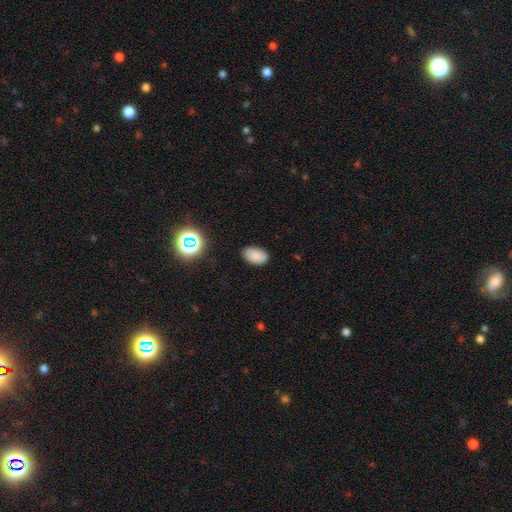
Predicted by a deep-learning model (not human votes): Smooth or featured?
  - smooth: 84% *
  - star or artifact: 11%
  - featured or disk: 5%
How rounded?
  - in between: 92% *
  - round: 7%
  - cigar-shaped: 1%
Merging?
  - none: 85% *
  - minor disturbance: 11%
  - major disturbance: 3%
  - merger: 1%